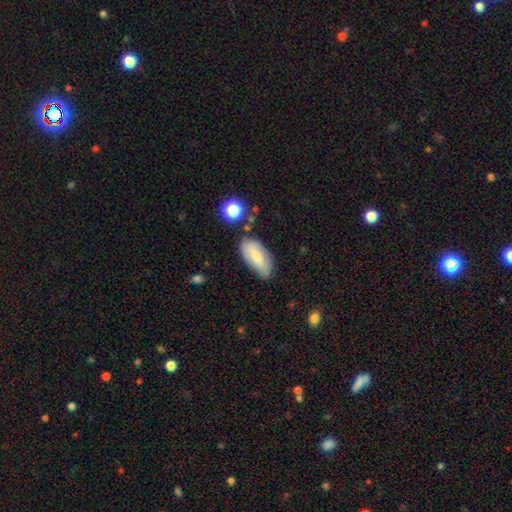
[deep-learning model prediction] This is likely a smooth galaxy (71%). How rounded: clearly in between (89%). Merging: likely none (72%).